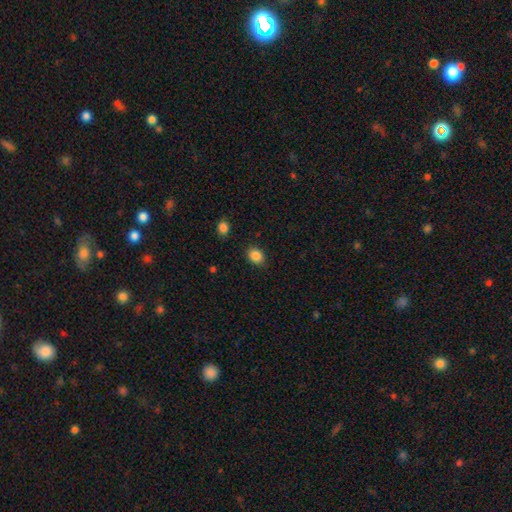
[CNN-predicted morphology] This is clearly a smooth galaxy (86%). How rounded: possibly in between (51%). Merging: clearly none (85%).